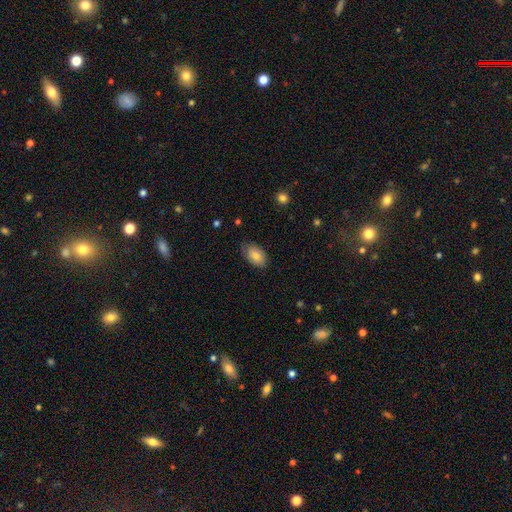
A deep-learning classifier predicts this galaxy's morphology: Smooth or featured? Predicted: smooth (p=0.80). How rounded? Predicted: in between (p=0.92). Merging? Predicted: none (p=0.75).